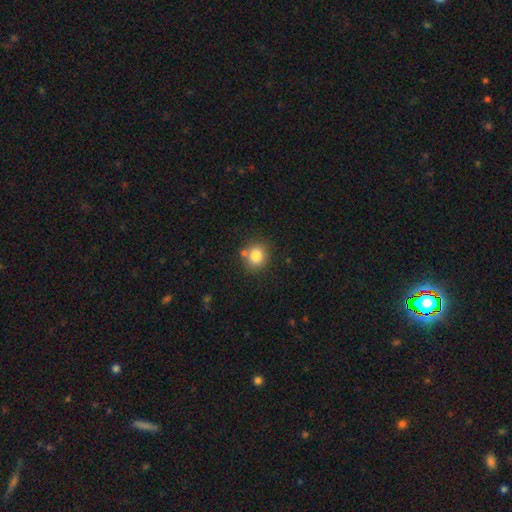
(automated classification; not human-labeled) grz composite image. It shows a smooth galaxy with no disk features (82%) that is round (79%). Merging: none (77%).